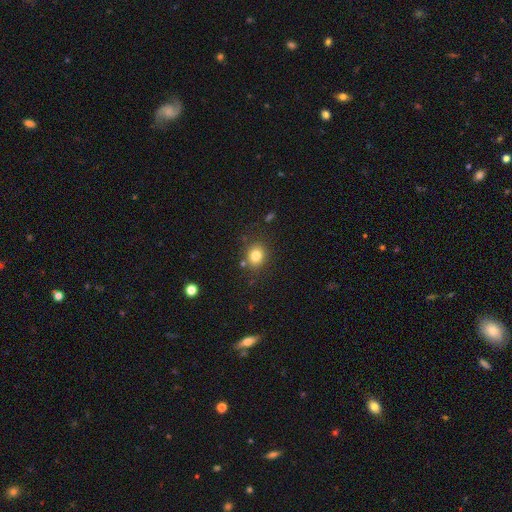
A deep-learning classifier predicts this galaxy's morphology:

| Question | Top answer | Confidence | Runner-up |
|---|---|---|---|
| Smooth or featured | smooth | 81% | star or artifact (12%) |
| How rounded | round | 71% | in between (28%) |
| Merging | none | 82% | minor disturbance (10%) |